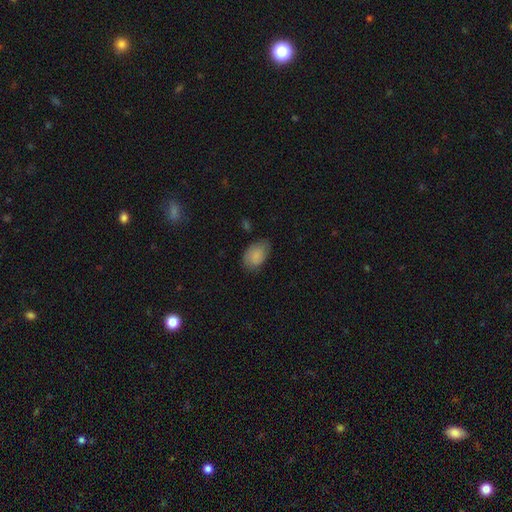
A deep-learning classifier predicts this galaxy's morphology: Smooth or featured? Predicted: smooth (p=0.82). How rounded? Predicted: in between (p=0.88). Merging? Predicted: none (p=0.69).